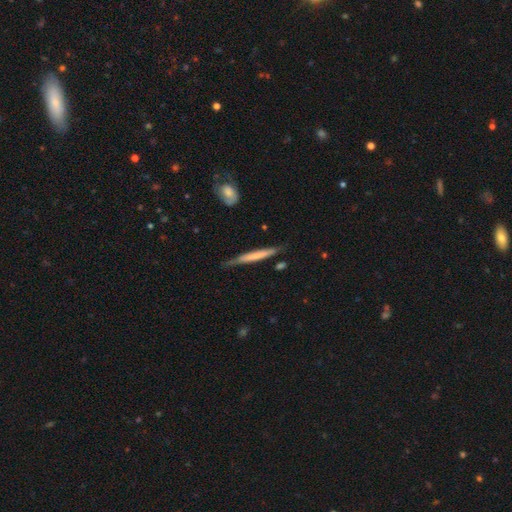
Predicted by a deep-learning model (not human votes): Smooth or featured?
  - smooth: 57% *
  - featured or disk: 38%
  - star or artifact: 5%
How rounded?
  - cigar-shaped: 95% *
  - in between: 3%
  - round: 1%
Merging?
  - none: 71% *
  - minor disturbance: 22%
  - major disturbance: 4%
  - merger: 3%